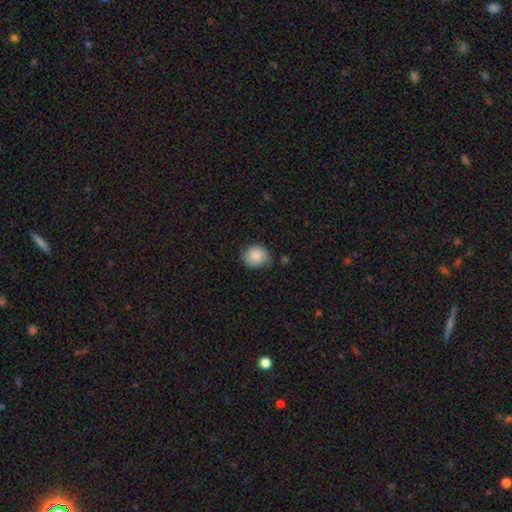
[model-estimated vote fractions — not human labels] A smooth galaxy with no disk features (87%) that is round (79%).

Vote fractions:
- Smooth or featured? smooth: 87% / star or artifact: 8% / featured or disk: 5%
- How rounded? round: 79% / in between: 20% / cigar-shaped: 1%
- Merging? none: 69% / minor disturbance: 25% / major disturbance: 4% / merger: 2%